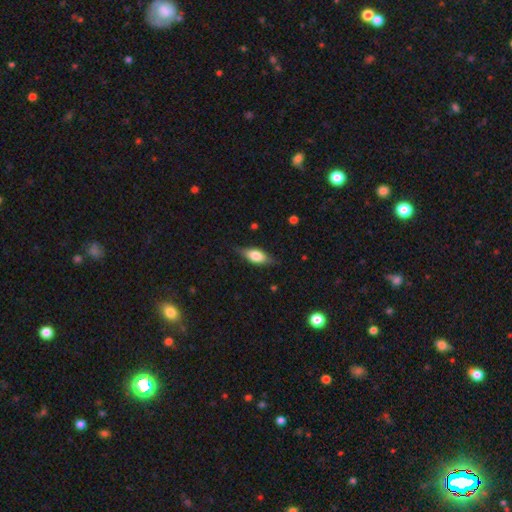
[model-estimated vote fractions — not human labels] Smooth or featured: smooth — 66% (featured or disk — 28%)
How rounded: in between — 78% (cigar-shaped — 18%)
Merging: none — 78% (minor disturbance — 17%)